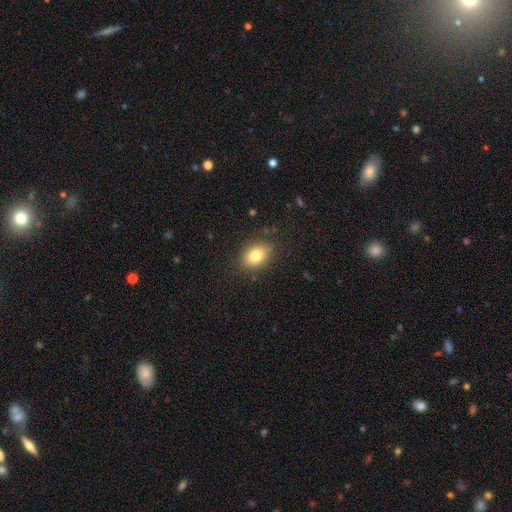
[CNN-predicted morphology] This is clearly a smooth galaxy (82%). How rounded: likely in between (80%). Merging: clearly none (84%).